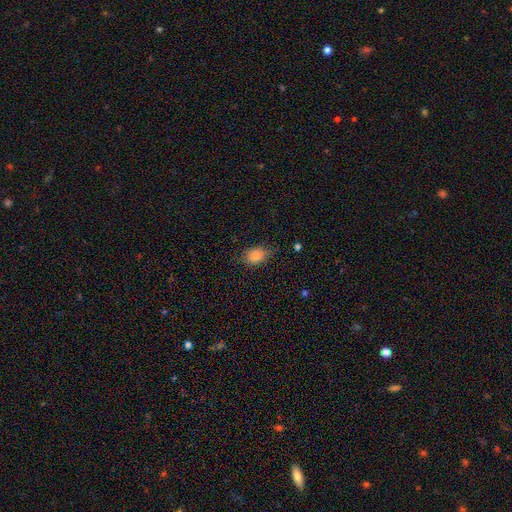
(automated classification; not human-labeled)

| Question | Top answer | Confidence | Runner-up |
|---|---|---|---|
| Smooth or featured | smooth | 80% | featured or disk (10%) |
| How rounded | in between | 73% | round (24%) |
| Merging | none | 68% | minor disturbance (25%) |